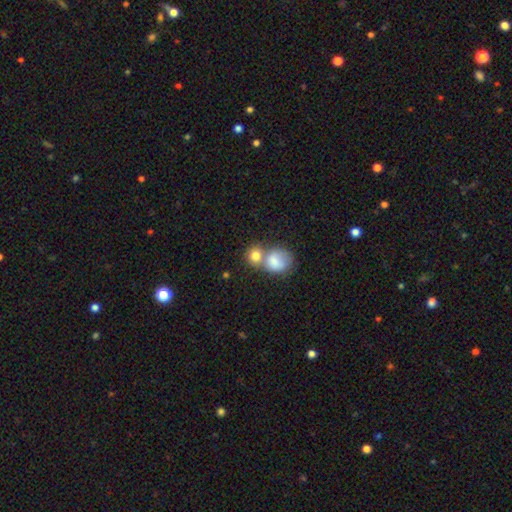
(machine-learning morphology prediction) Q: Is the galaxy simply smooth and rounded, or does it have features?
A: smooth — 80%.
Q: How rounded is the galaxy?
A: round — 74%.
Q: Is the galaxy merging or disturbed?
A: merger — 55%.